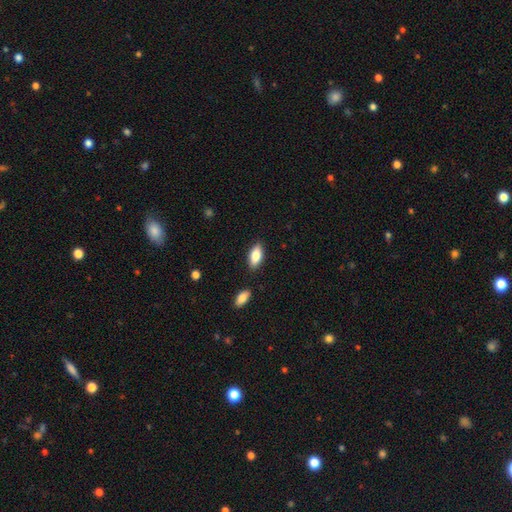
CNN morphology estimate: Smooth or featured? smooth (80%)
How rounded? in between (85%)
Merging? none (85%)